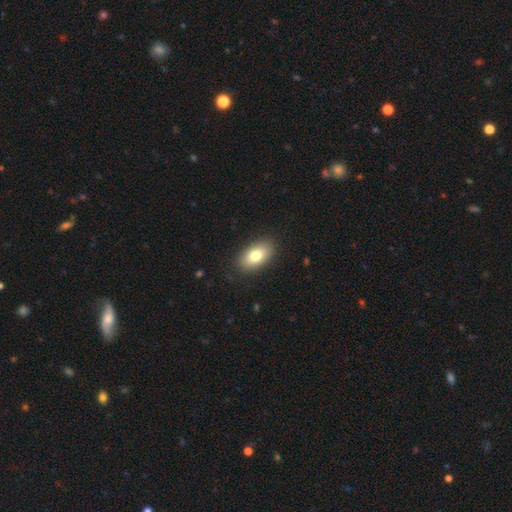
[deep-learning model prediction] This appears to be a smooth galaxy with no disk features (79%) that is in between round and cigar-shaped (92%). Merging: none (87%).